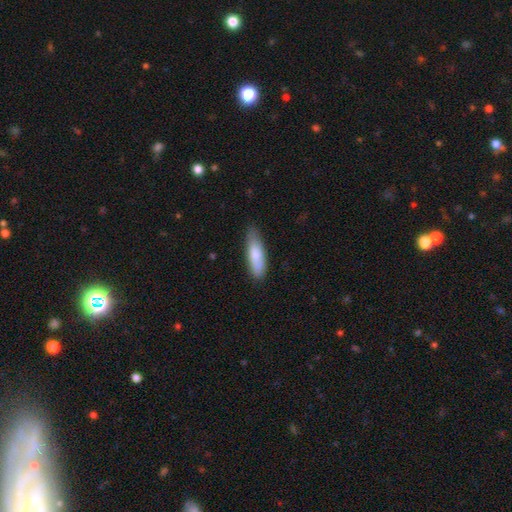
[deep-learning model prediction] Morphology: type=smooth (82%); roundness=cigar-shaped (53%); merging=none (71%).